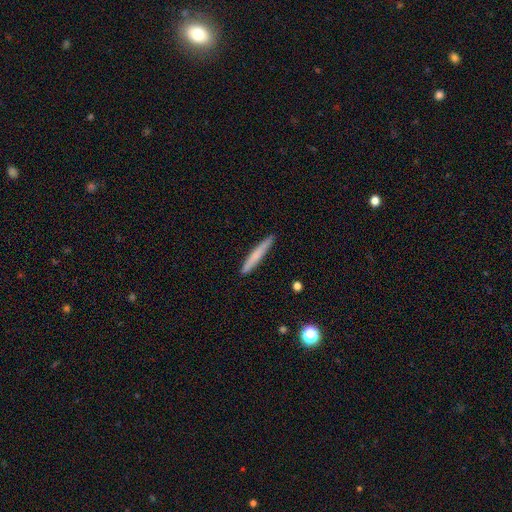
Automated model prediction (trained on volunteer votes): Morphology: type=smooth (67%); roundness=cigar-shaped (96%); merging=none (90%).